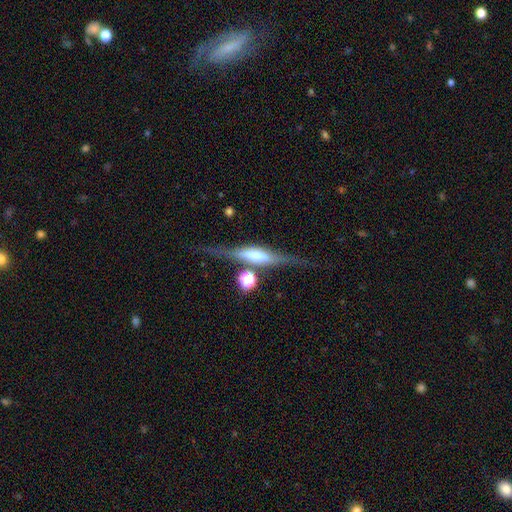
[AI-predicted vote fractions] Morphology: type=featured or disk (71%); edge-on=yes (95%); edge-on bulge=rounded (56%); merging=none (72%).